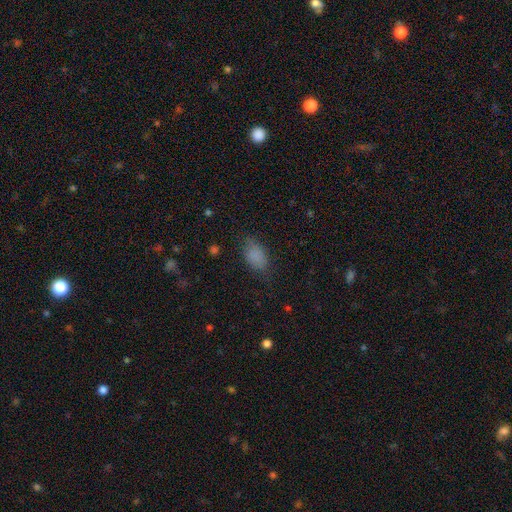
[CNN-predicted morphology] Smooth or featured: smooth — 82% (star or artifact — 11%)
How rounded: in between — 88% (round — 10%)
Merging: none — 67% (minor disturbance — 23%)